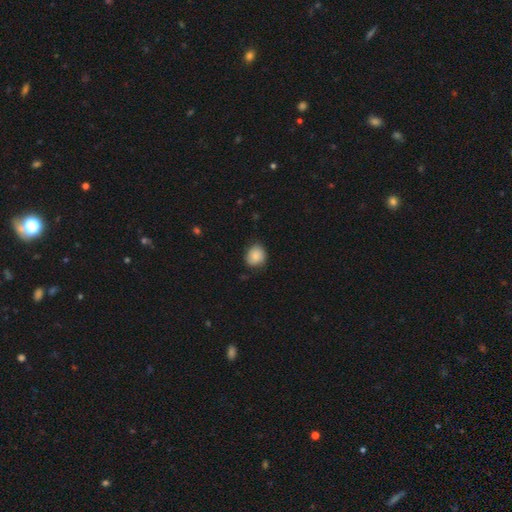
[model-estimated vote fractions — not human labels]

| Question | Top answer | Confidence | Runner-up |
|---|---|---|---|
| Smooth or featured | smooth | 85% | star or artifact (8%) |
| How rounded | round | 66% | in between (33%) |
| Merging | none | 73% | minor disturbance (22%) |